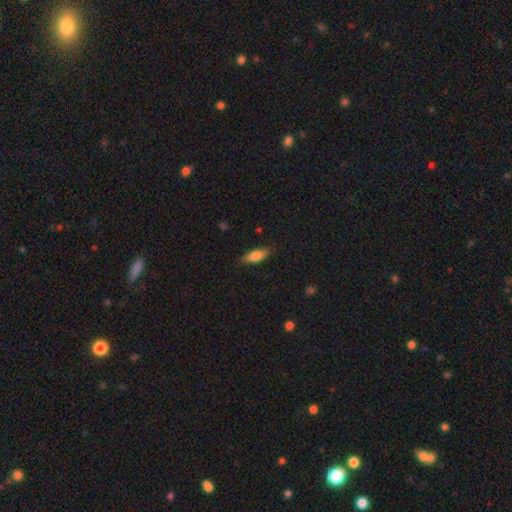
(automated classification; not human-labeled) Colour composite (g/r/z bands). It shows a smooth galaxy with no disk features (82%) that is in between round and cigar-shaped (65%). Merging: none (83%).